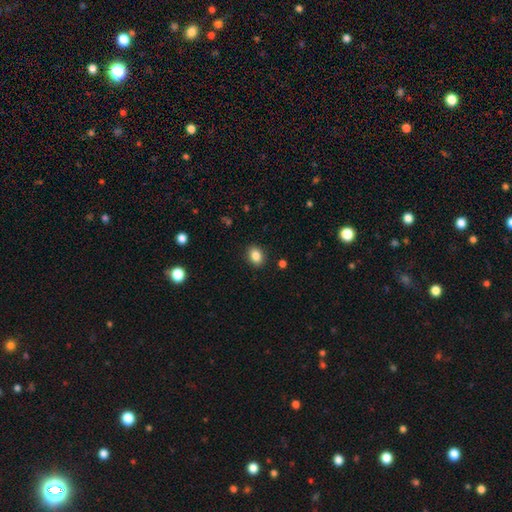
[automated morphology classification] The model was most divided on "how rounded": in between: 66%, round: 33%, cigar-shaped: 1%. More confident: merging — none (89%); smooth or featured — smooth (85%).